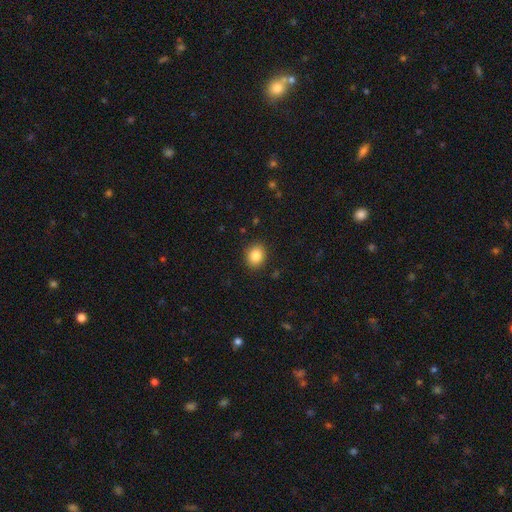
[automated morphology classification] This appears to be a smooth galaxy with no disk features (85%) that is round (61%). Merging: none (89%).